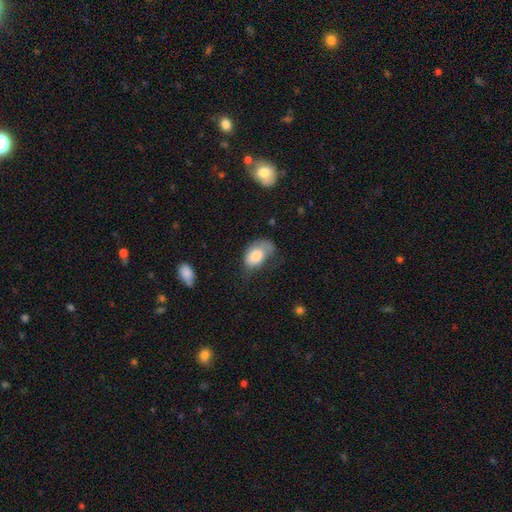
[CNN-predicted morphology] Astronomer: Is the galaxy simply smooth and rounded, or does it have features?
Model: smooth — 75%.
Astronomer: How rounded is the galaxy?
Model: in between — 89%.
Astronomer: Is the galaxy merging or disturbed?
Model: minor disturbance — 35% (runner-up: none, 33%).